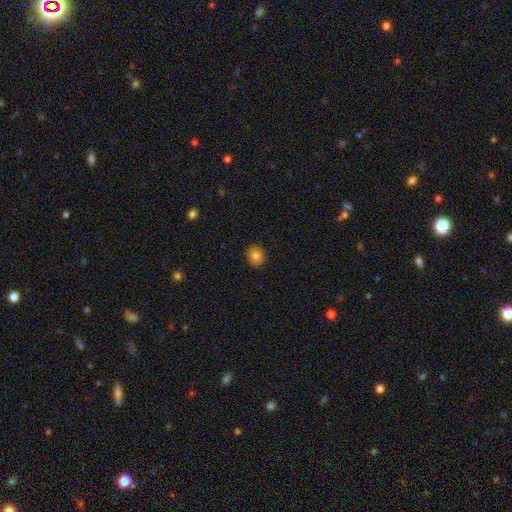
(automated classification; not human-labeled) Smooth or featured? Predicted: smooth (p=0.81). How rounded? Predicted: round (p=0.76). Merging? Predicted: none (p=0.89).